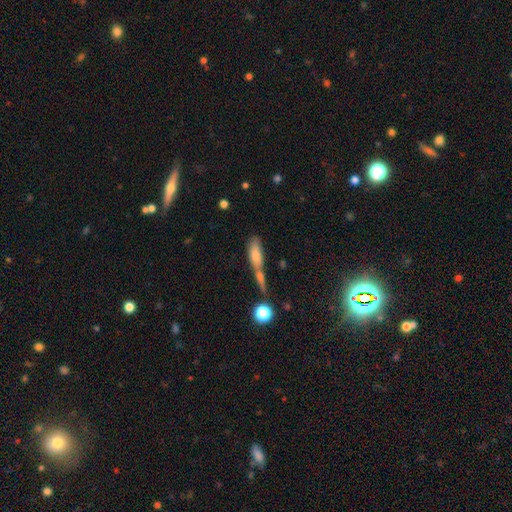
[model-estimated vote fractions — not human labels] Smooth or featured? smooth (74%)
How rounded? in between (53%)
Merging? merger (49%)